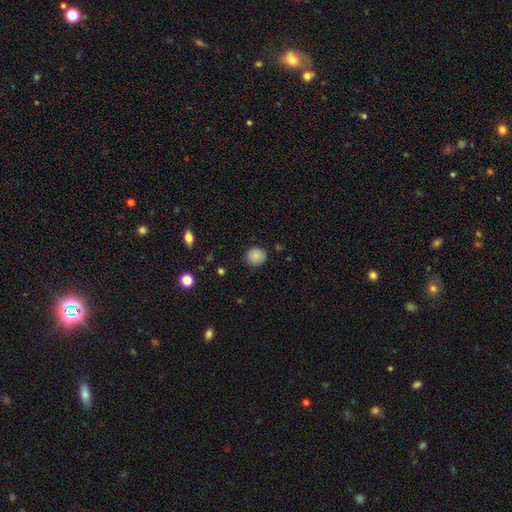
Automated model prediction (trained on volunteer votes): A smooth galaxy with no disk features (86%) that is round (87%). Merging: none (84%).